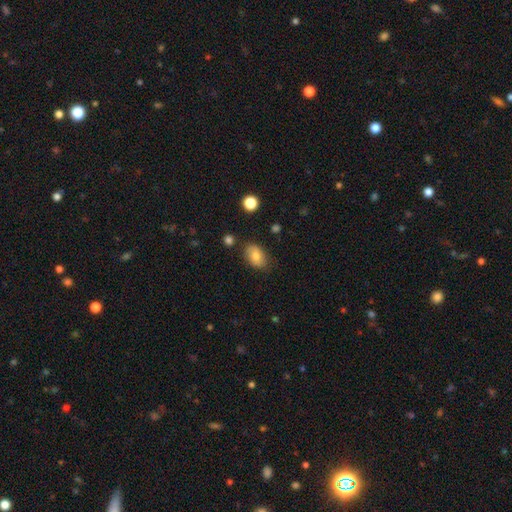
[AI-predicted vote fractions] This appears to be a smooth galaxy with no disk features (75%) that is in between round and cigar-shaped (86%). Merging: none (79%).